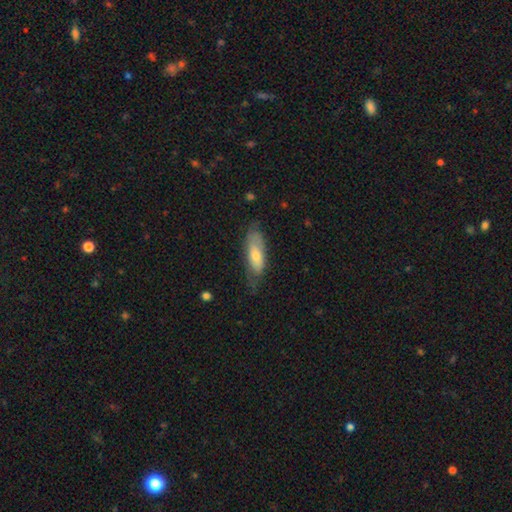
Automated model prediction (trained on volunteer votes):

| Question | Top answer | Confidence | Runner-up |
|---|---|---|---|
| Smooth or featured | smooth | 62% | featured or disk (32%) |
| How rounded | in between | 57% | cigar-shaped (41%) |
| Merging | none | 62% | minor disturbance (28%) |